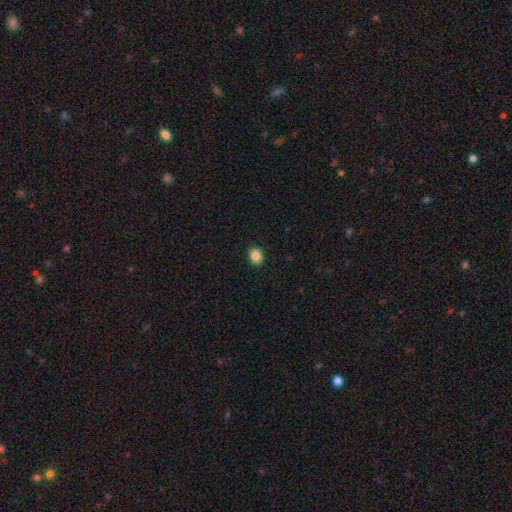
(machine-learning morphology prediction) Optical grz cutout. It shows a smooth galaxy with no disk features (87%) that is round (57%). Merging: none (91%).